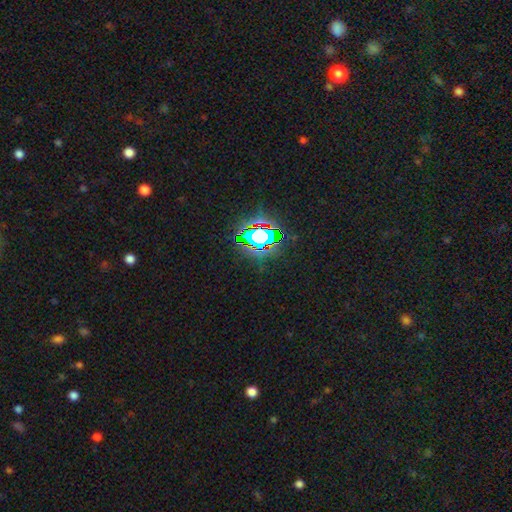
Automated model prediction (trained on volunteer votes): Smooth or featured? Predicted: star or artifact (p=0.83).